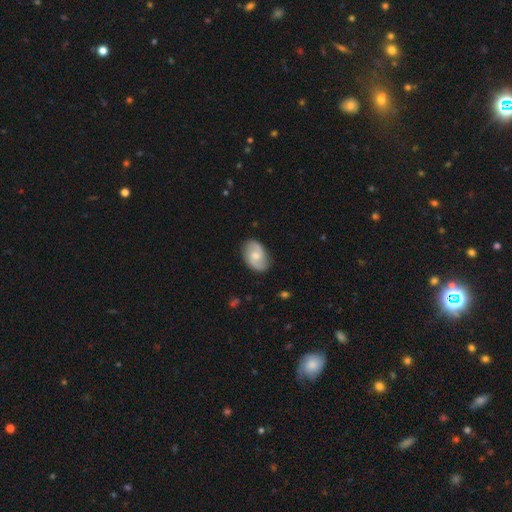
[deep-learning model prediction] Smooth or featured? Predicted: featured or disk (p=0.63). Edge-on disk? Predicted: no (p=0.97). Bar? Predicted: no (p=0.52). Spiral arms? Predicted: yes (p=0.91). Spiral winding? Predicted: medium (p=0.44). Spiral arm count? Predicted: 2 (p=0.89). Bulge size? Predicted: moderate (p=0.54). Merging? Predicted: none (p=0.83).